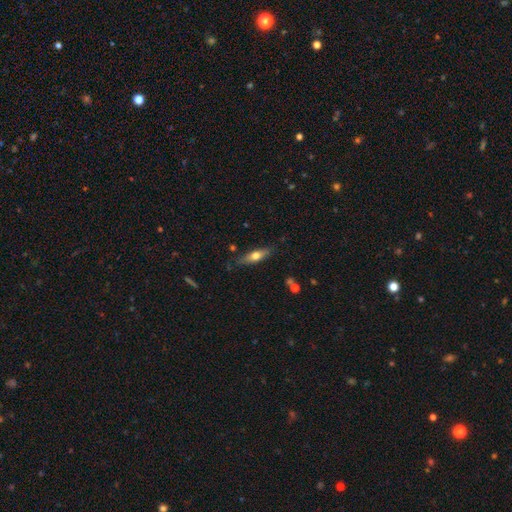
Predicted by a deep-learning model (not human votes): Smooth or featured? Predicted: smooth (p=0.54). How rounded? Predicted: cigar-shaped (p=0.56). Merging? Predicted: none (p=0.78).